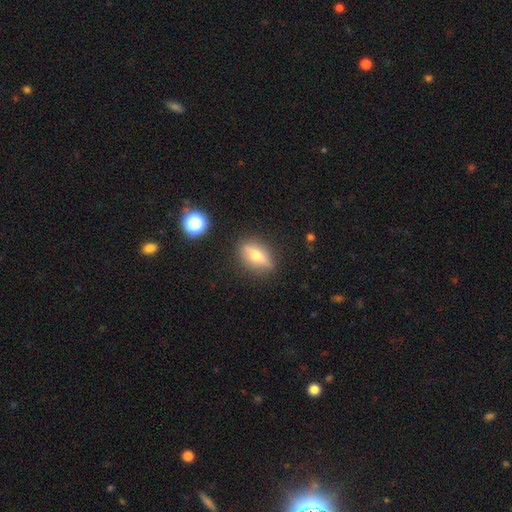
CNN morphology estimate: Smooth or featured: featured or disk — 55% (smooth — 36%)
Edge-on disk: yes — 82% (no — 18%)
Merging: none — 84% (minor disturbance — 11%)